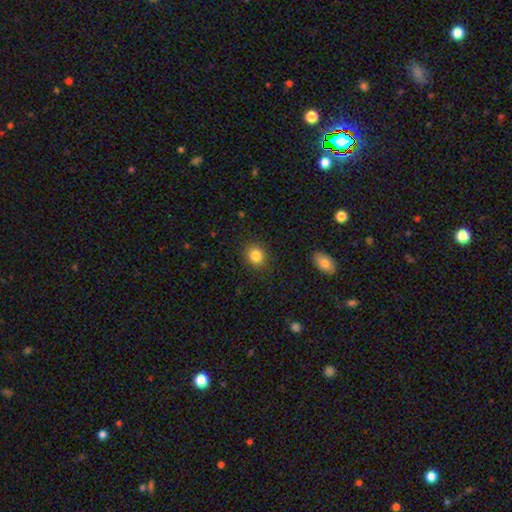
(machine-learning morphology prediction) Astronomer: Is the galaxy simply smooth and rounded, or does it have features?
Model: smooth — 84%.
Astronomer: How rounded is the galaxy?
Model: round — 78%.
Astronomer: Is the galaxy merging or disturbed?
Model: none — 89%.